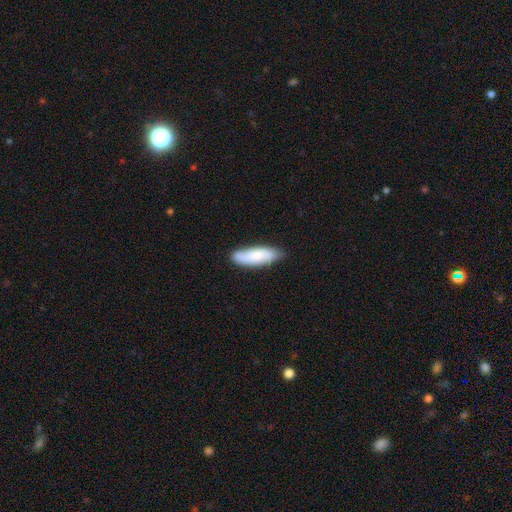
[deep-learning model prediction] Smooth or featured: smooth — 74% (featured or disk — 20%)
How rounded: in between — 53% (cigar-shaped — 45%)
Merging: none — 78% (minor disturbance — 18%)